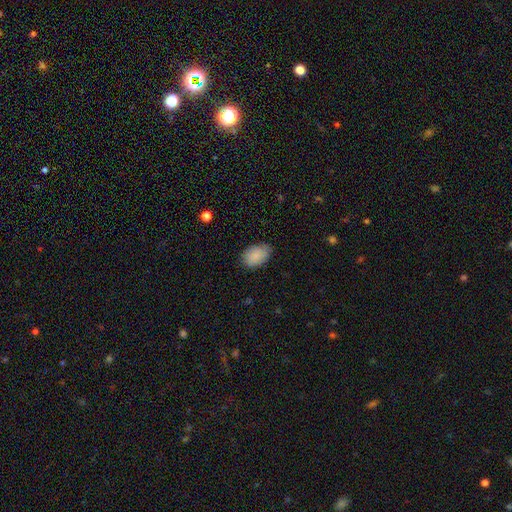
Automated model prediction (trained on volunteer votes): smooth 87%, star or artifact 7%, featured or disk 6%. Down the decision tree: how rounded — in between (87%); merging — none (76%).